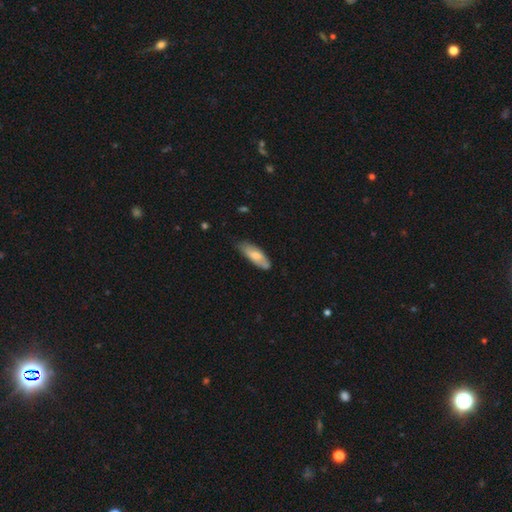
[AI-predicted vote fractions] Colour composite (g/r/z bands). It shows a smooth galaxy with no disk features (69%) that is in between round and cigar-shaped (67%). Merging: none (66%).